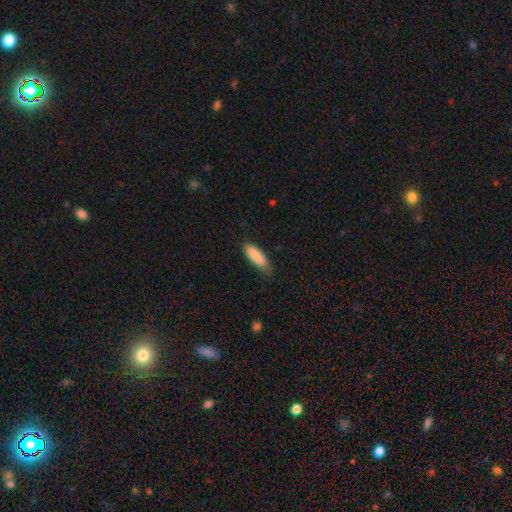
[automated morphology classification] A smooth galaxy with no disk features (89%) that is in between round and cigar-shaped (56%). Merging: none (68%).